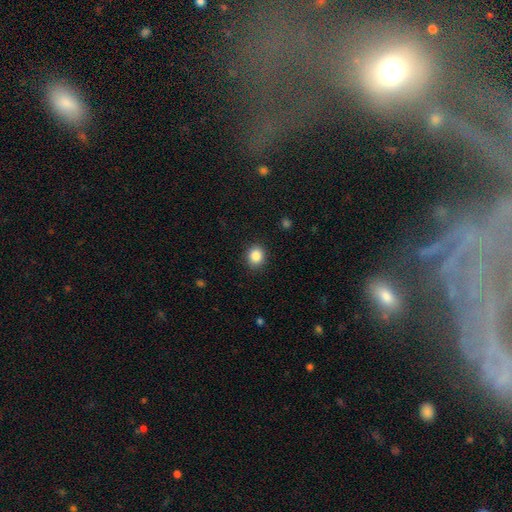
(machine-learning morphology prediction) smooth-or-featured: smooth: 86% | star or artifact: 10% | featured or disk: 4%
  how-rounded: round: 76% | in between: 23% | cigar-shaped: 1%
  merging: none: 90% | minor disturbance: 7% | major disturbance: 2% | merger: 1%